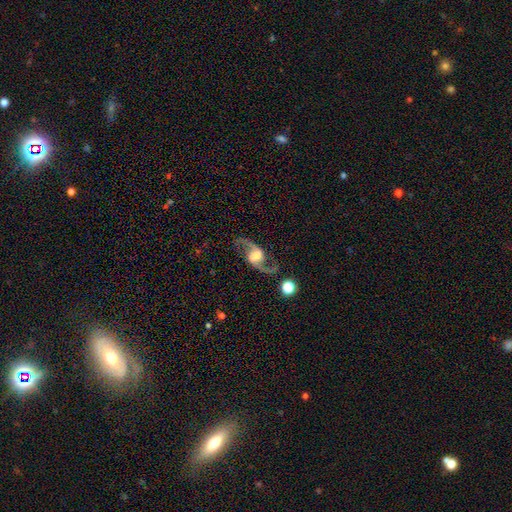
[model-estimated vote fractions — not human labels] Smooth or featured?
  - featured or disk: 90% *
  - smooth: 5%
  - star or artifact: 5%
Edge-on disk?
  - no: 96% *
  - yes: 4%
Bar?
  - weak: 43% *
  - no: 38%
  - strong: 19%
Spiral arms?
  - yes: 97% *
  - no: 3%
Spiral winding?
  - loose: 71% *
  - medium: 25%
  - tight: 4%
Spiral arm count?
  - 2: 94% *
  - 1: 1%
  - can't tell: 1%
  - 3: 1%
  - 4: 1%
  - more than 4: 1%
Bulge size?
  - large: 40% *
  - moderate: 34%
  - small: 13%
  - none: 7%
  - dominant: 5%
Merging?
  - none: 82% *
  - minor disturbance: 10%
  - major disturbance: 6%
  - merger: 2%